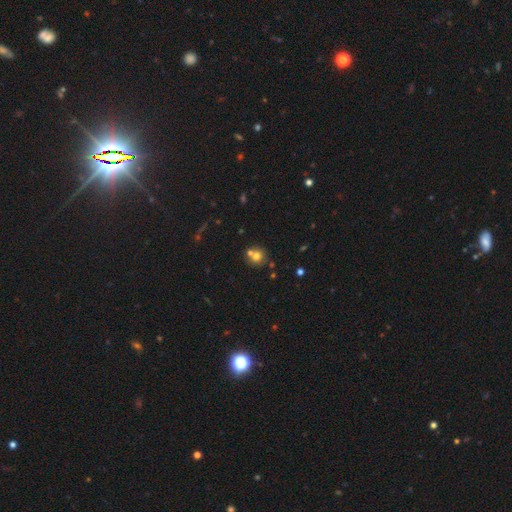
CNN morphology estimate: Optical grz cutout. It shows a smooth galaxy with no disk features (69%) that is round (85%). Merging: none (56%).